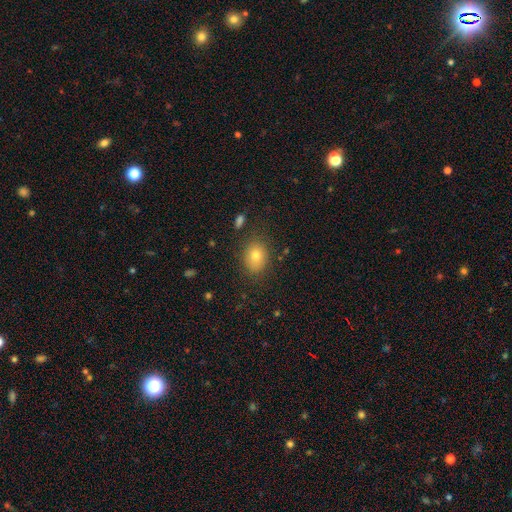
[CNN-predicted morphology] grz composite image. It shows a smooth galaxy with no disk features (76%) that is in between round and cigar-shaped (55%). Merging: none (82%).